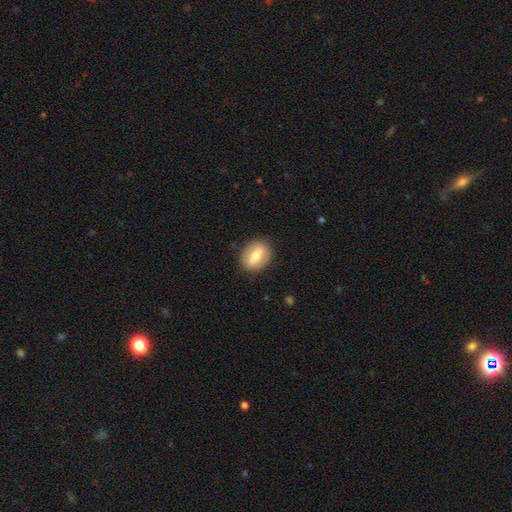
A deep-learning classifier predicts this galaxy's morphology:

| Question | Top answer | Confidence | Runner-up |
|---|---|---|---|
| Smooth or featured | smooth | 59% | featured or disk (34%) |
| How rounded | in between | 63% | round (35%) |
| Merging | none | 87% | minor disturbance (10%) |